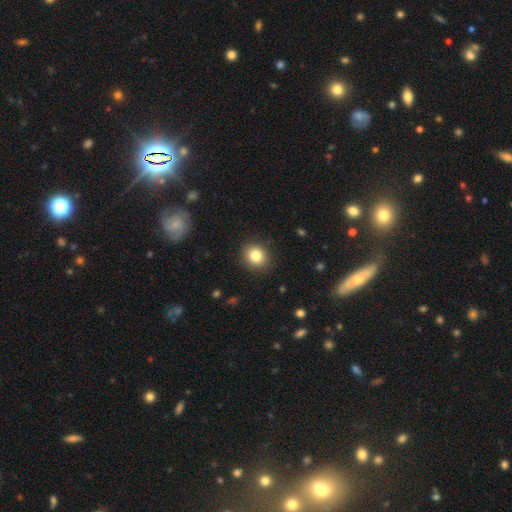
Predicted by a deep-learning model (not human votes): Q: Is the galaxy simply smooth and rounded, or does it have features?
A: smooth — 83%.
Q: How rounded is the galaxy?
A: round — 74%.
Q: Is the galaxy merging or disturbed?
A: none — 89%.